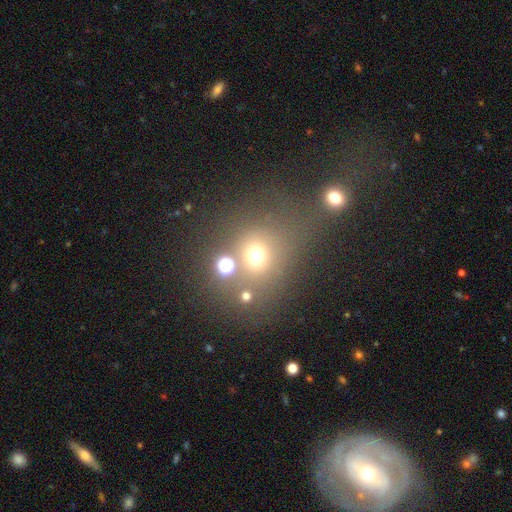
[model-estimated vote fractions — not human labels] The model was most divided on "smooth or featured": smooth: 63%, star or artifact: 24%, featured or disk: 13%. More confident: how rounded — round (72%); merging — none (57%).